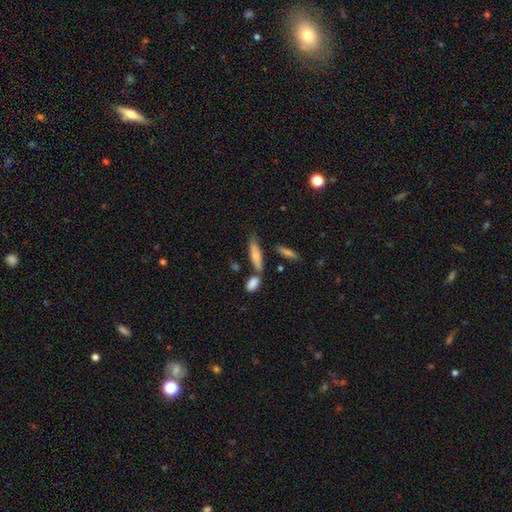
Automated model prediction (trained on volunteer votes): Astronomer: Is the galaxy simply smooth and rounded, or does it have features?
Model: smooth — 71%.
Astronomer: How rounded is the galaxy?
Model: cigar-shaped — 59% (runner-up: in between, 39%).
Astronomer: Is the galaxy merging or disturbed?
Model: none — 62%.